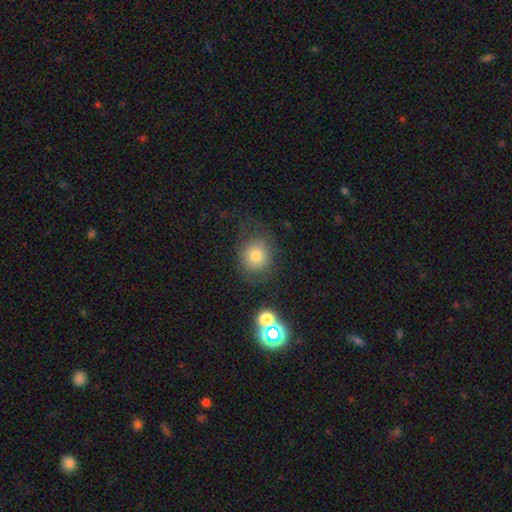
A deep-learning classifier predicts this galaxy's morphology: Smooth or featured?
  - smooth: 72% *
  - featured or disk: 15%
  - star or artifact: 13%
How rounded?
  - round: 79% *
  - in between: 20%
  - cigar-shaped: 1%
Merging?
  - none: 63% *
  - minor disturbance: 18%
  - major disturbance: 15%
  - merger: 4%